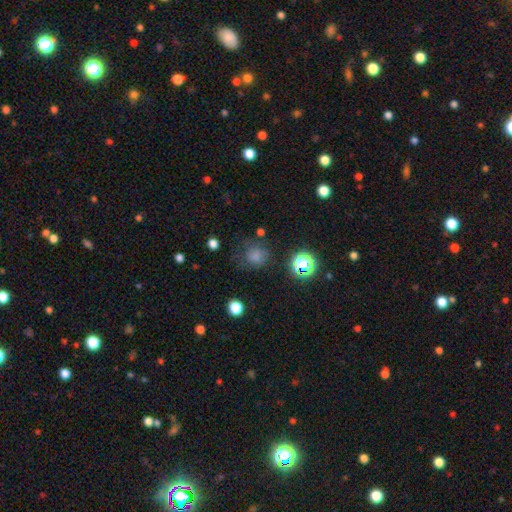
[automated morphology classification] smooth 71%, star or artifact 21%, featured or disk 8%. Down the decision tree: how rounded — round (83%); merging — none (66%).